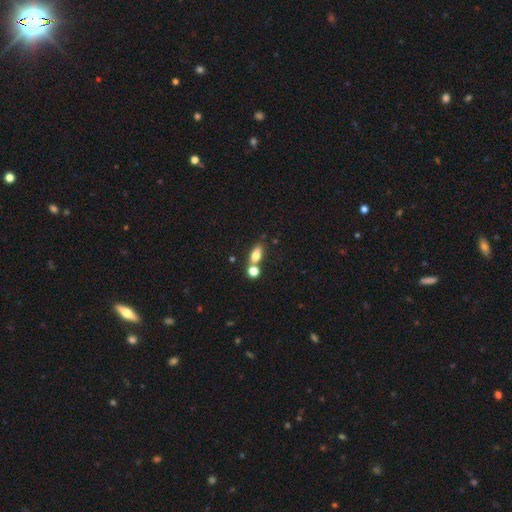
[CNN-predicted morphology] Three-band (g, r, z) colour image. It shows a smooth galaxy with no disk features (75%) that is in between round and cigar-shaped (73%). Merging: none (54%).